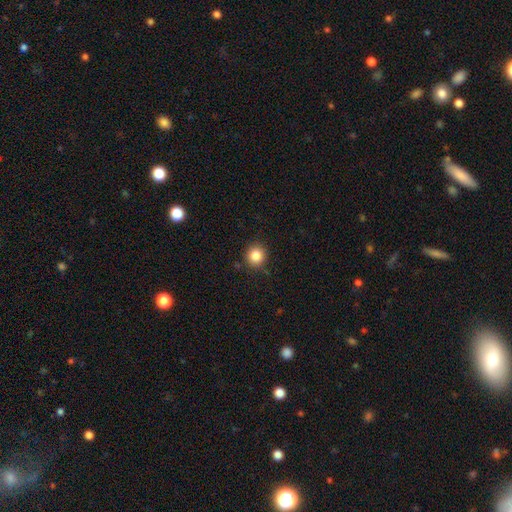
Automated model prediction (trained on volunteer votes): Smooth or featured? smooth (85%)
How rounded? round (90%)
Merging? none (88%)